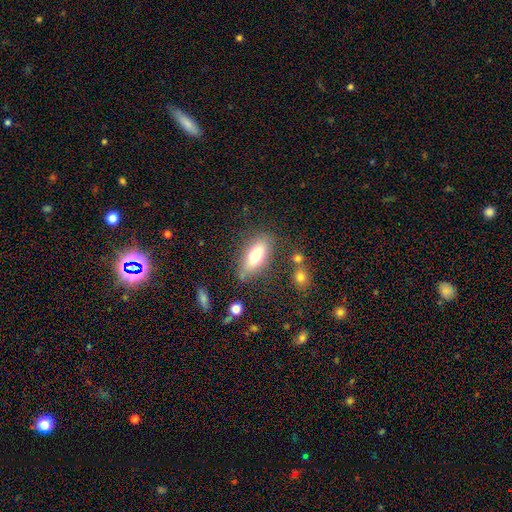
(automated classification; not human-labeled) A smooth galaxy with no disk features (71%) that is in between round and cigar-shaped (75%). Merging: none (71%).